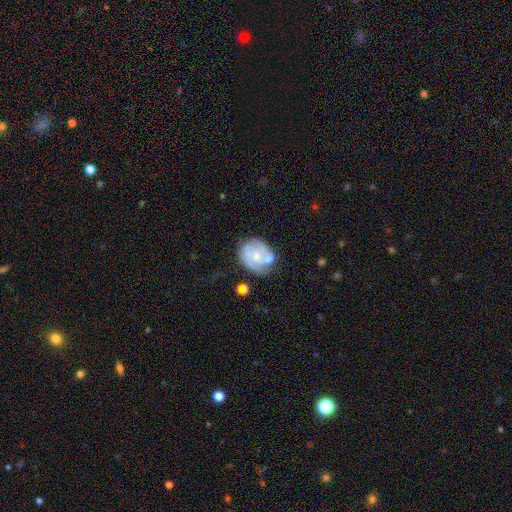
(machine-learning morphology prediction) Smooth or featured? Predicted: featured or disk (p=0.61). Edge-on disk? Predicted: no (p=0.98). Bar? Predicted: no (p=0.75). Spiral arms? Predicted: yes (p=0.67). Bulge size? Predicted: small (p=0.46). Merging? Predicted: none (p=0.45).